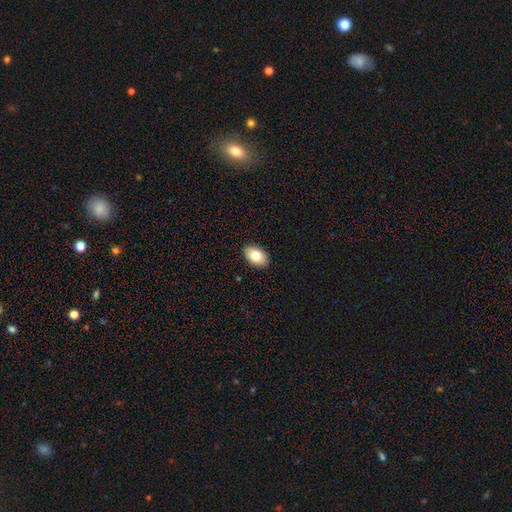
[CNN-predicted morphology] smooth-or-featured: smooth: 79% | featured or disk: 14% | star or artifact: 8%
  how-rounded: in between: 89% | round: 9% | cigar-shaped: 1%
  merging: none: 89% | minor disturbance: 8% | major disturbance: 2% | merger: 1%